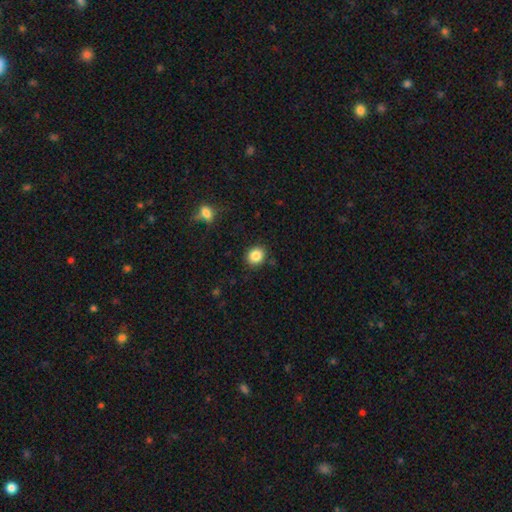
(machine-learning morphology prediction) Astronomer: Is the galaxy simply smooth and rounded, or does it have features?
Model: smooth — 85%.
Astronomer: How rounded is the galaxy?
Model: round — 78%.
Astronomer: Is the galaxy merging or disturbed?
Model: none — 89%.